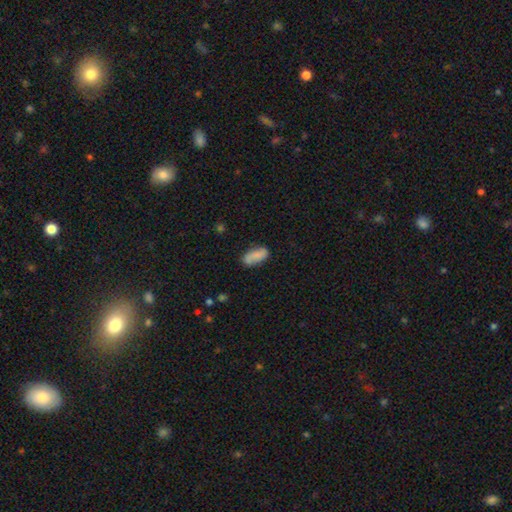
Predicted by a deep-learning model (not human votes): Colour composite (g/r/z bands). It shows a smooth galaxy with no disk features (72%) that is in between round and cigar-shaped (89%). Merging: none (75%).